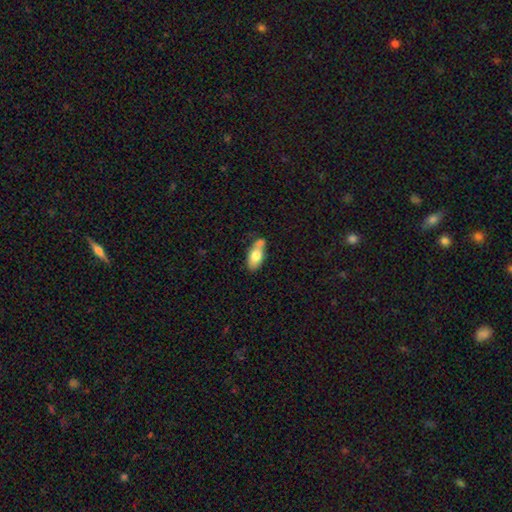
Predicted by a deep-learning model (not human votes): The model was most divided on "merging": none: 45%, merger: 27%, minor disturbance: 22%, major disturbance: 6%. More confident: how rounded — in between (86%); smooth or featured — smooth (74%).